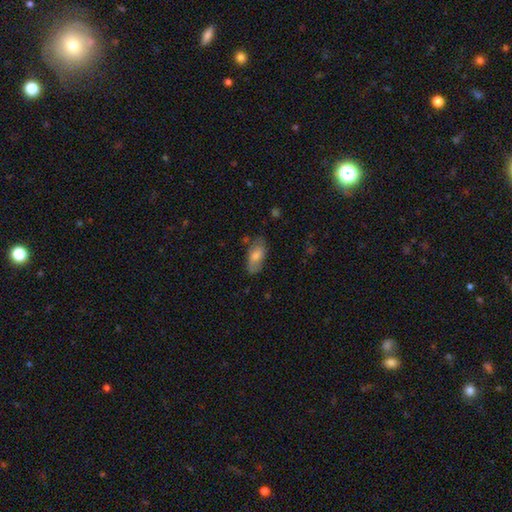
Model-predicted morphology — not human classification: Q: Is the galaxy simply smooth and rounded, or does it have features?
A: smooth — 63%.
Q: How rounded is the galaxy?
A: in between — 87%.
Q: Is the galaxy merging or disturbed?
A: none — 71%.